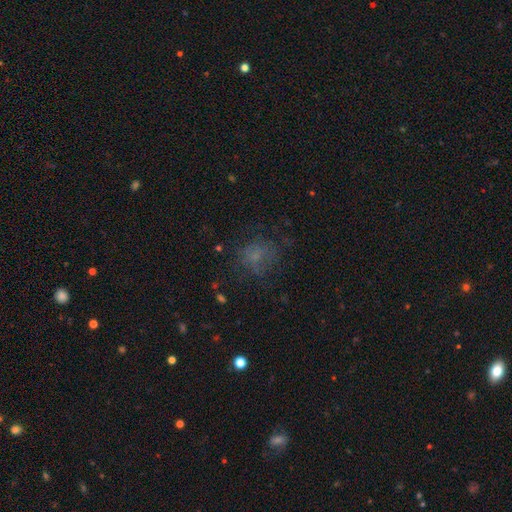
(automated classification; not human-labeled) smooth 56%, star or artifact 23%, featured or disk 22%. Down the decision tree: how rounded — round (66%); merging — none (59%).